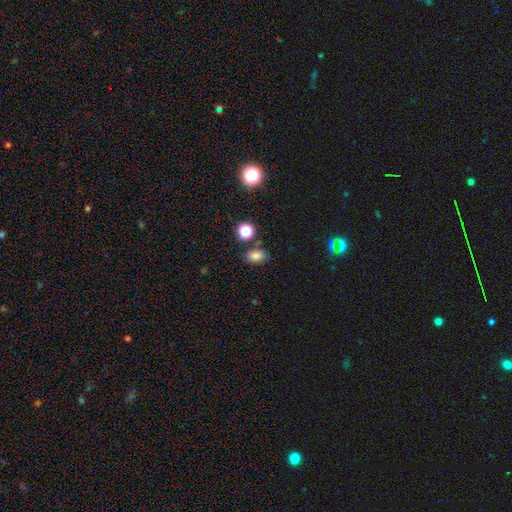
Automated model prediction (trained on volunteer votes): A smooth galaxy with no disk features (79%) that is in between round and cigar-shaped (73%).

Vote fractions:
- Smooth or featured? smooth: 79% / star or artifact: 15% / featured or disk: 6%
- How rounded? in between: 73% / round: 26% / cigar-shaped: 1%
- Merging? none: 76% / minor disturbance: 12% / merger: 9% / major disturbance: 3%